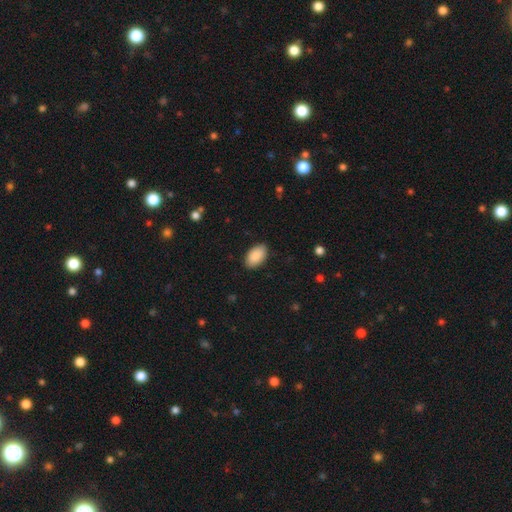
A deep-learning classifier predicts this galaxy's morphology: smooth 90%, star or artifact 6%, featured or disk 4%. Down the decision tree: how rounded — in between (95%); merging — none (87%).